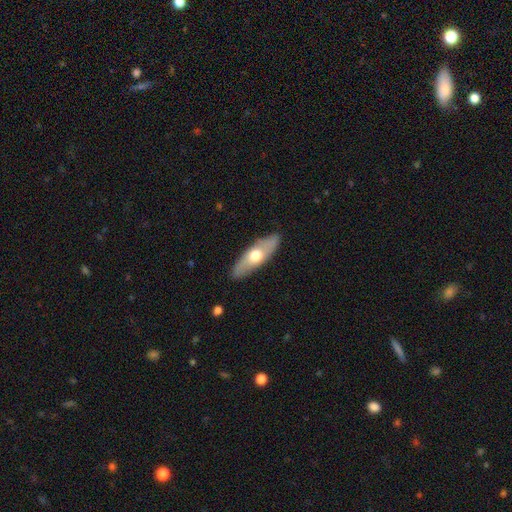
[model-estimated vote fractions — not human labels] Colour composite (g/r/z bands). It shows a smooth galaxy with no disk features (52%) that is in between round and cigar-shaped (52%). Merging: none (87%).